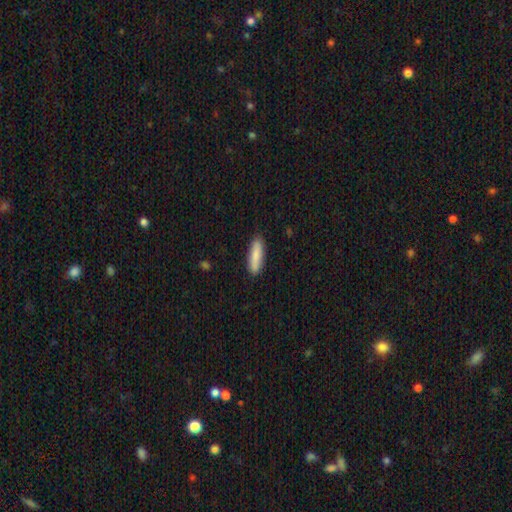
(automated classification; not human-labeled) smooth-or-featured: smooth: 83% | featured or disk: 11% | star or artifact: 6%
  how-rounded: cigar-shaped: 53% | in between: 45% | round: 2%
  merging: none: 85% | minor disturbance: 11% | major disturbance: 2% | merger: 1%